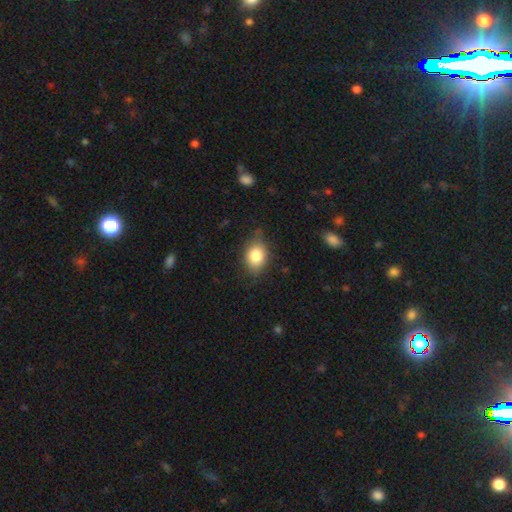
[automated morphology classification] smooth_or_featured: smooth (p=0.82) [alt: featured or disk p=0.09]
how_rounded: in between (p=0.71) [alt: round p=0.28]
merging: none (p=0.76) [alt: minor disturbance p=0.18]